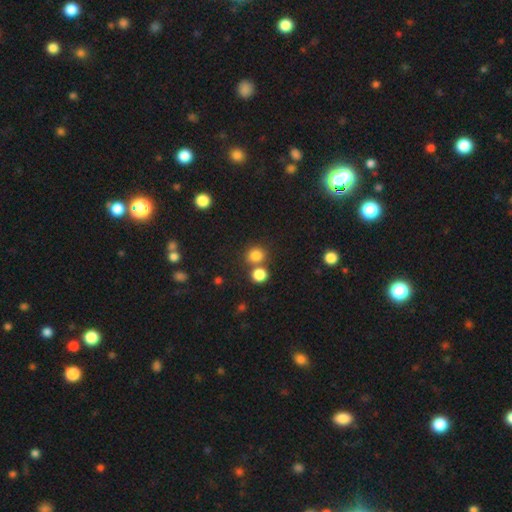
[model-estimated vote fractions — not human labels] Overall: smooth (80%). How rounded: round (83%). Merging: none (63%; merger 25%).